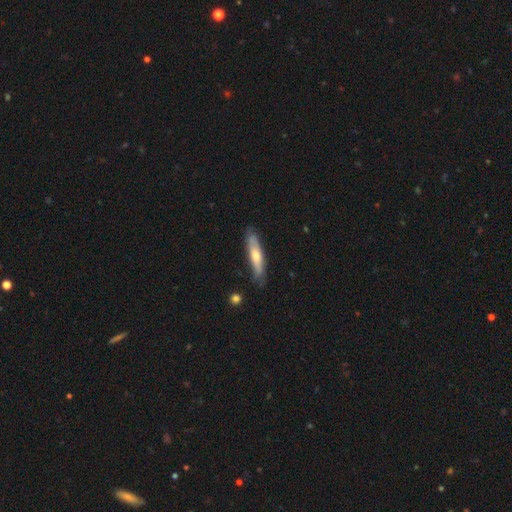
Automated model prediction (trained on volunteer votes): Morphology: type=smooth (48%); merging=none (74%).